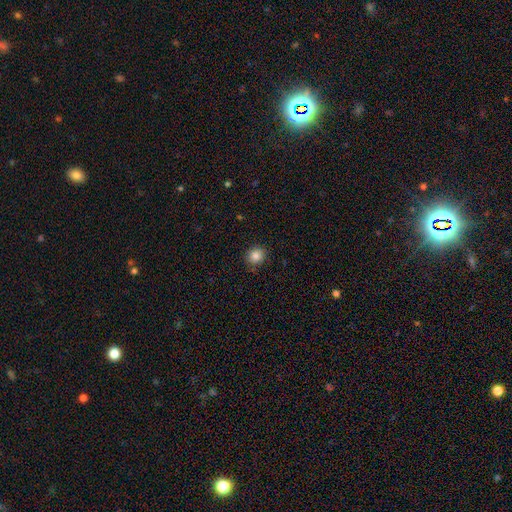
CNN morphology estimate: This is clearly a smooth galaxy (85%). How rounded: clearly round (82%). Merging: clearly none (88%).